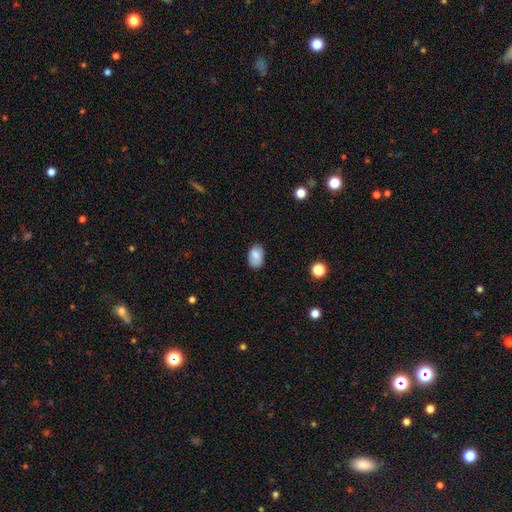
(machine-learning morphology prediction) The model was most divided on "merging": none: 76%, minor disturbance: 18%, major disturbance: 4%, merger: 2%. More confident: how rounded — in between (85%); smooth or featured — smooth (82%).